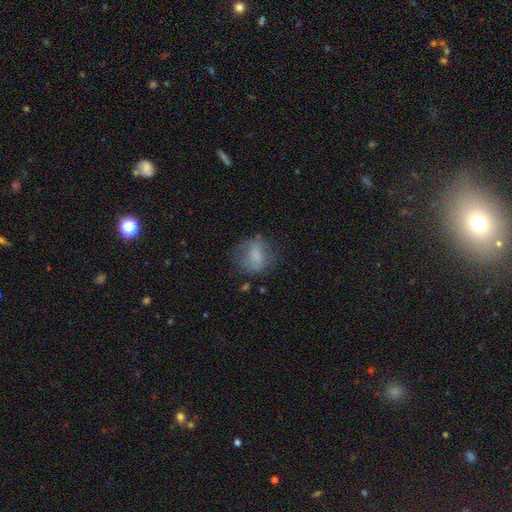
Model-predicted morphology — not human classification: The model was most divided on "how rounded" (2-way tie): round: 49%, in between: 49%, cigar-shaped: 2%. More confident: smooth or featured — smooth (67%); merging — none (50%).